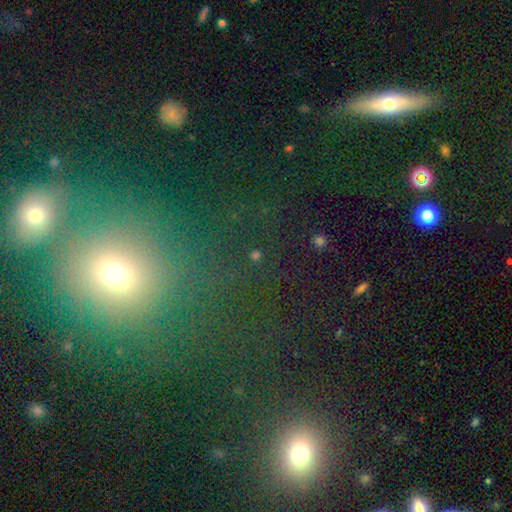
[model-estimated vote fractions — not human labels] smooth-or-featured: star or artifact: 58% | smooth: 33% | featured or disk: 9%